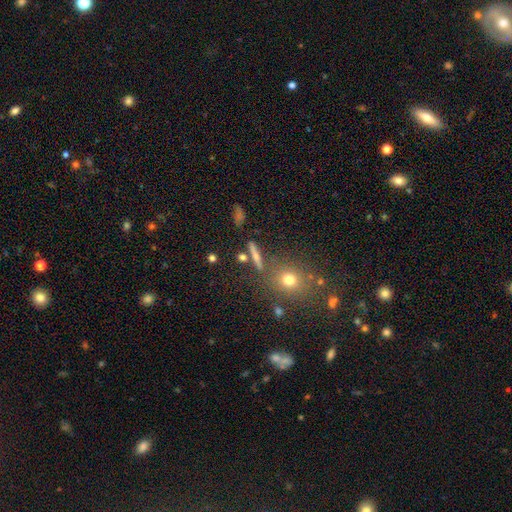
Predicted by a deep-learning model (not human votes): A smooth galaxy with no disk features (58%) that is cigar-shaped (61%).

Vote fractions:
- Smooth or featured? smooth: 58% / featured or disk: 26% / star or artifact: 16%
- How rounded? cigar-shaped: 61% / round: 20% / in between: 19%
- Merging? none: 76% / minor disturbance: 10% / merger: 9% / major disturbance: 5%